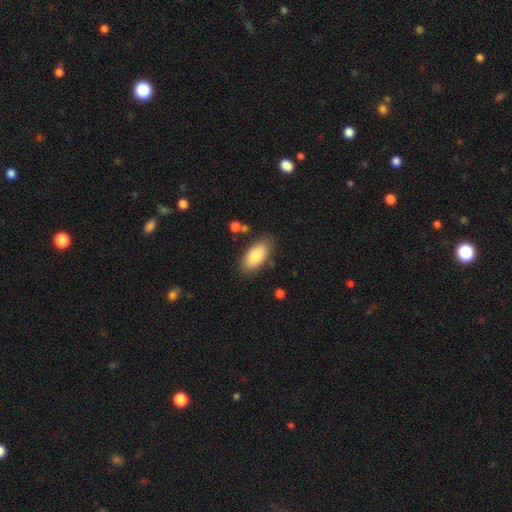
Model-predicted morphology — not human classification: This is clearly a smooth galaxy (85%). How rounded: clearly in between (92%). Merging: clearly none (81%).